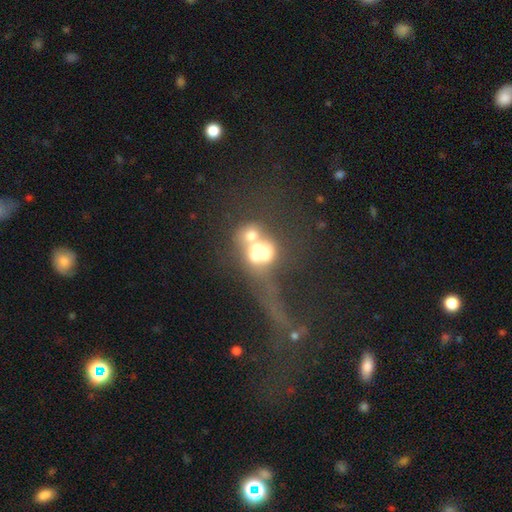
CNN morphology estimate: This is marginally a smooth galaxy (42%). Merging: likely merger (63%).